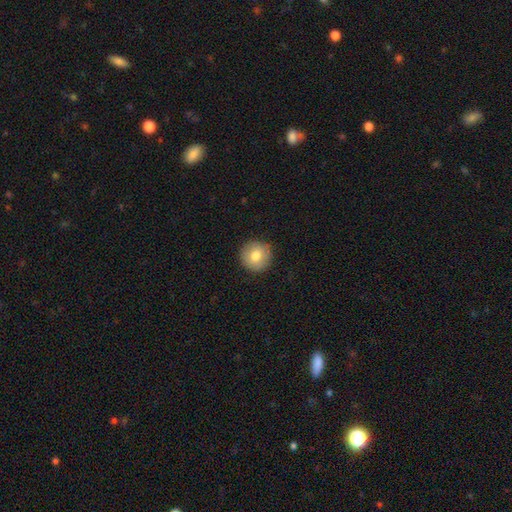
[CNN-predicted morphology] This is likely a smooth galaxy (77%). How rounded: clearly round (95%). Merging: clearly none (88%).